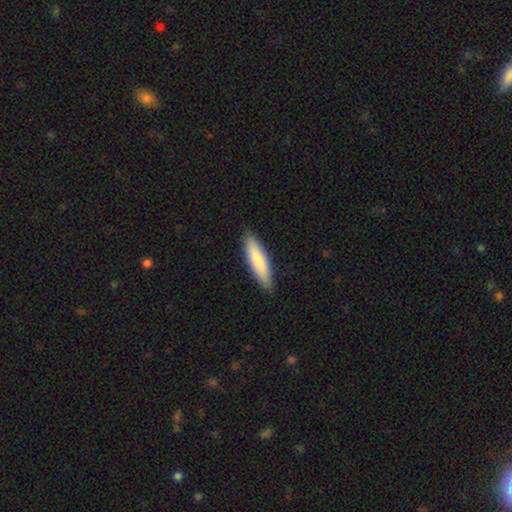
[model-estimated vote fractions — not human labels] Overall: smooth (75%). How rounded: cigar-shaped (78%). Merging: none (90%).